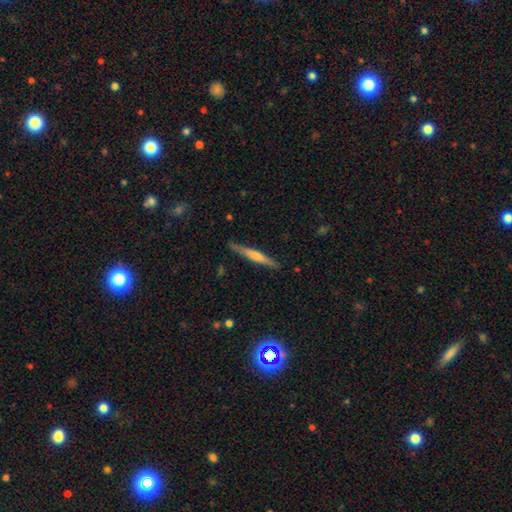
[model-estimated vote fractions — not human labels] smooth-or-featured: featured or disk: 55% | smooth: 39% | star or artifact: 6%
  disk-edge-on: yes: 96% | no: 4%
    edge-on-bulge: rounded: 62% | none: 26% | boxy: 12%
  merging: none: 86% | minor disturbance: 11% | major disturbance: 2% | merger: 1%